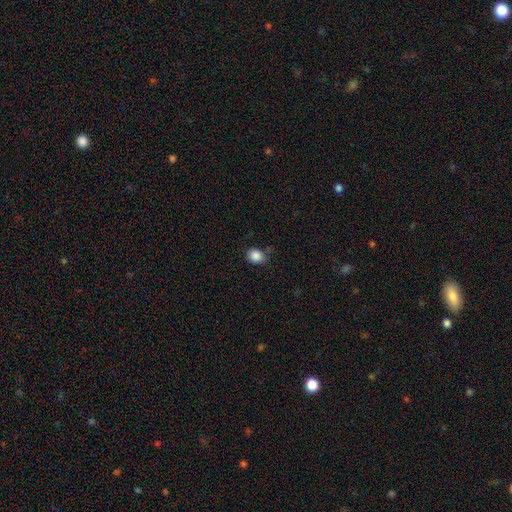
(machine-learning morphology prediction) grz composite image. It shows a smooth galaxy with no disk features (87%) that is round (55%). Merging: none (74%).